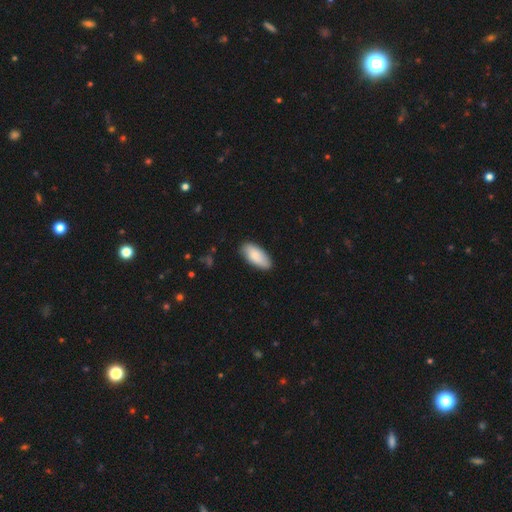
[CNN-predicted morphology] smooth 84%, featured or disk 11%, star or artifact 5%. Down the decision tree: how rounded — in between (88%); merging — none (84%).